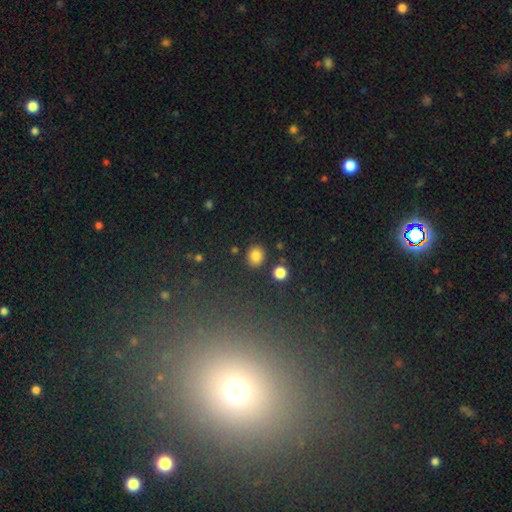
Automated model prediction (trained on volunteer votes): Morphology: type=smooth (83%); roundness=round (75%); merging=none (86%).